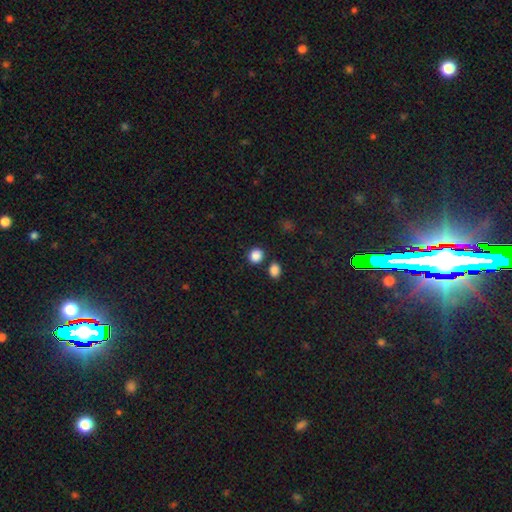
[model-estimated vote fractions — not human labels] Smooth or featured?
  - smooth: 86% *
  - star or artifact: 10%
  - featured or disk: 3%
How rounded?
  - round: 77% *
  - in between: 22%
  - cigar-shaped: 1%
Merging?
  - none: 79% *
  - merger: 10%
  - minor disturbance: 8%
  - major disturbance: 3%